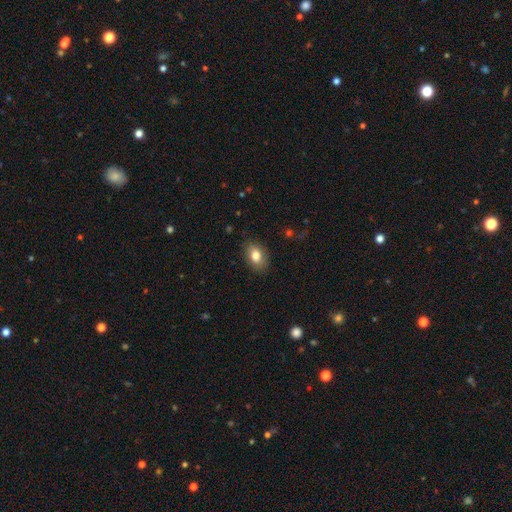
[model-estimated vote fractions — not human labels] Overall: smooth (82%). How rounded: in between (81%). Merging: none (86%).